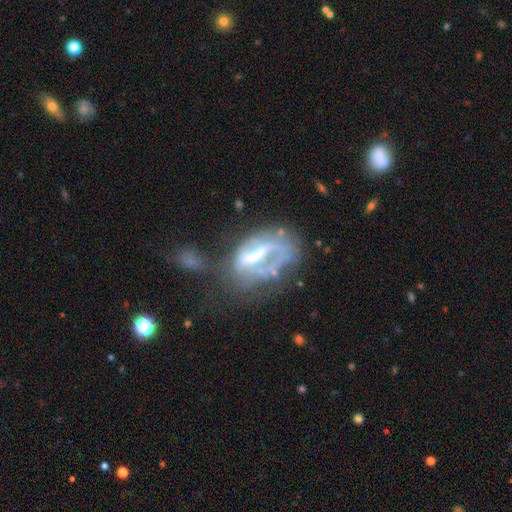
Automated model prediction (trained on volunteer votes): The model was most divided on "bar": strong: 42%, weak: 31%, no: 28%. Remaining: edge-on disk — no (94%); smooth or featured — featured or disk (68%); spiral arms — no (59%); bulge size — moderate (41%); merging — major disturbance (37%).